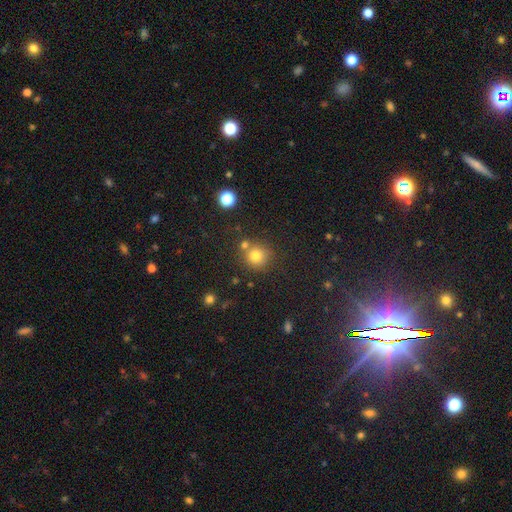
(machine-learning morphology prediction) smooth_or_featured: smooth (p=0.78) [alt: star or artifact p=0.14]
how_rounded: round (p=0.90) [alt: in between p=0.09]
merging: none (p=0.69) [alt: merger p=0.17]